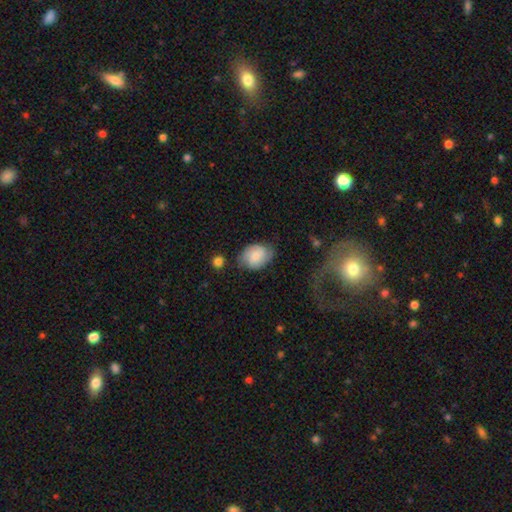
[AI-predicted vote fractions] The model was most divided on "smooth or featured": smooth: 60%, featured or disk: 32%, star or artifact: 8%. More confident: merging — none (67%); how rounded — in between (66%).